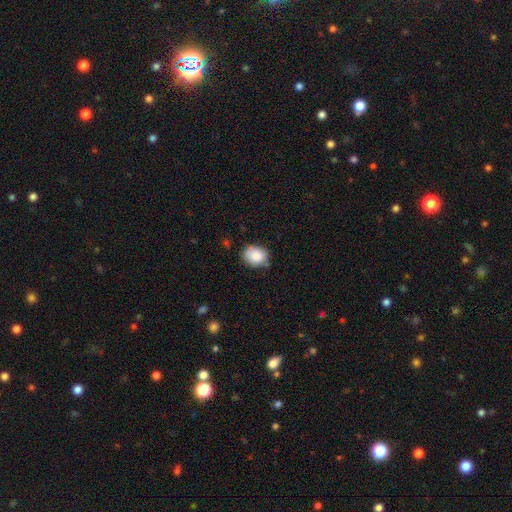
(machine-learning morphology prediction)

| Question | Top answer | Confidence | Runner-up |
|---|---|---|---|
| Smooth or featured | smooth | 86% | star or artifact (8%) |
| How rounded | round | 55% | in between (44%) |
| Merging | none | 71% | minor disturbance (22%) |